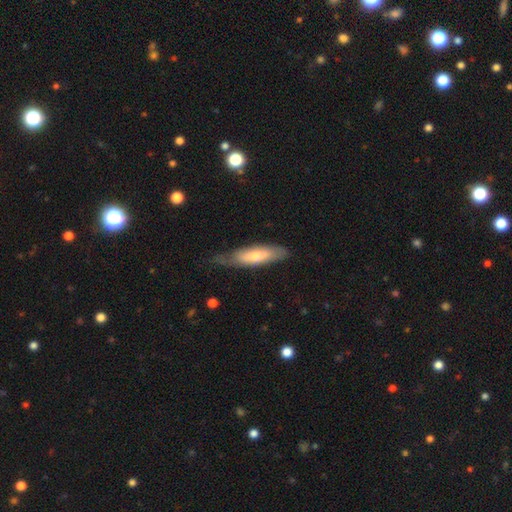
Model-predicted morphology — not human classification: smooth_or_featured: smooth (p=0.59) [alt: featured or disk p=0.36]
how_rounded: cigar-shaped (p=0.61) [alt: in between p=0.37]
merging: none (p=0.59) [alt: minor disturbance p=0.30]